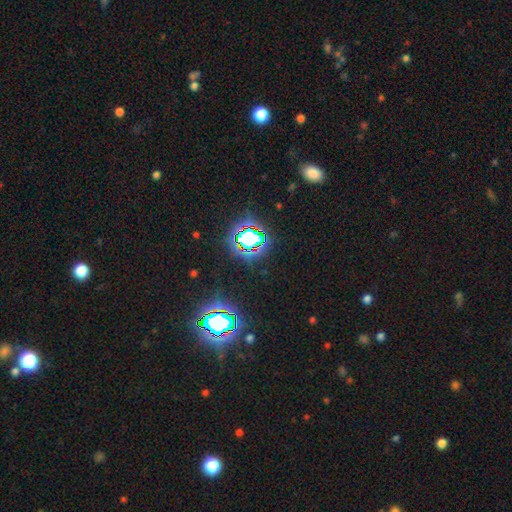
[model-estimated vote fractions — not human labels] star or artifact 82%, smooth 11%, featured or disk 7%.